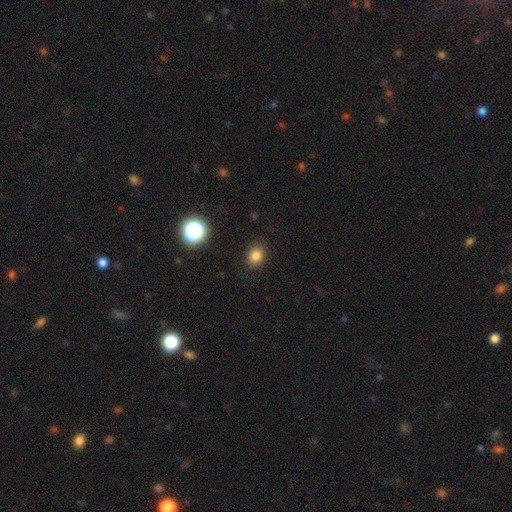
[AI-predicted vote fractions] Overall: smooth (81%). How rounded: round (61%; in between 38%). Merging: none (87%).